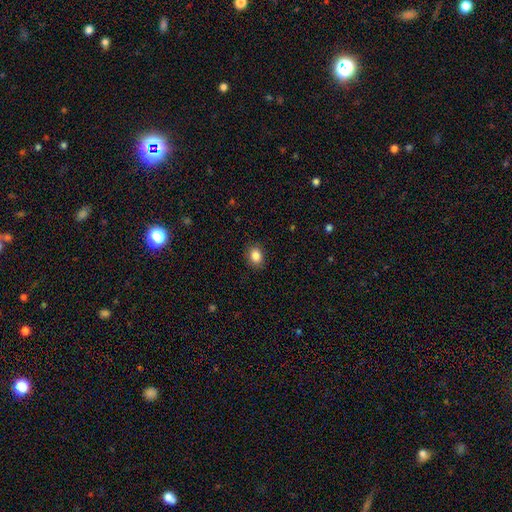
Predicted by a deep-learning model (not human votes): A smooth galaxy with no disk features (86%) that is in between round and cigar-shaped (59%). Merging: none (88%).